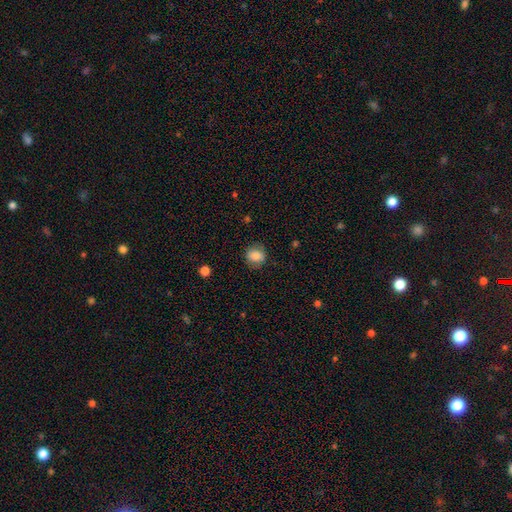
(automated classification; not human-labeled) Smooth or featured? smooth (83%)
How rounded? round (75%)
Merging? none (83%)